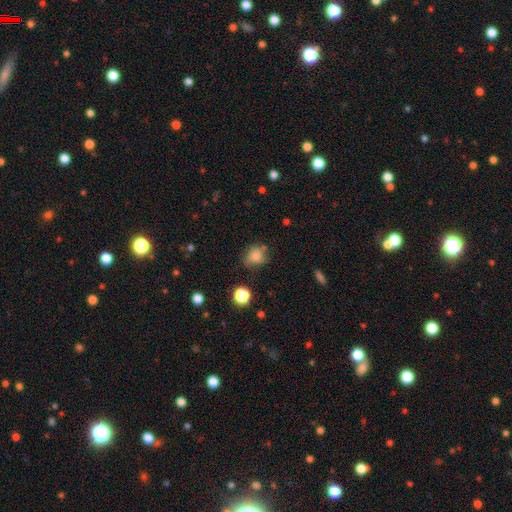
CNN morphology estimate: smooth-or-featured: smooth: 79% | star or artifact: 12% | featured or disk: 8%
  how-rounded: round: 72% | in between: 27% | cigar-shaped: 1%
  merging: none: 61% | minor disturbance: 25% | major disturbance: 8% | merger: 6%